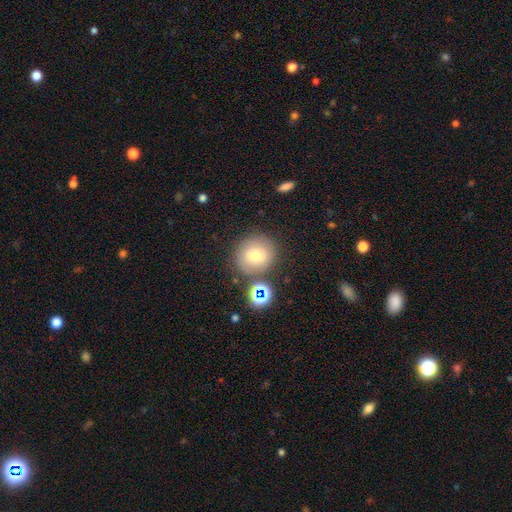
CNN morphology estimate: Smooth or featured: smooth — 66% (featured or disk — 20%)
How rounded: round — 85% (in between — 14%)
Merging: none — 76% (minor disturbance — 12%)